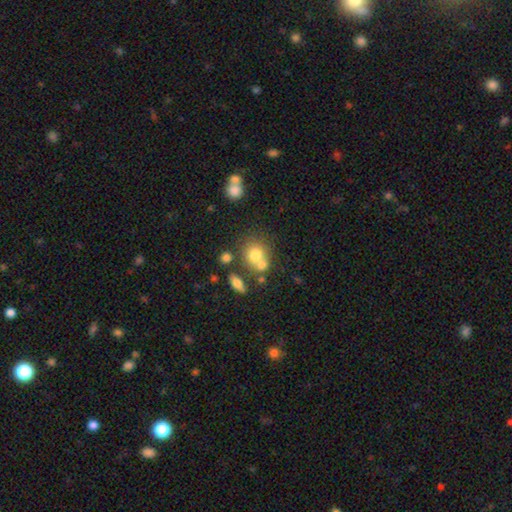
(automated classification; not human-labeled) Overall: smooth (72%). How rounded: round (76%). Merging: none (48%; merger 35%).